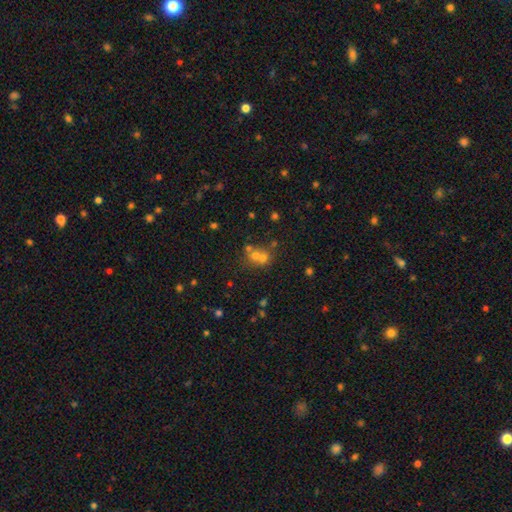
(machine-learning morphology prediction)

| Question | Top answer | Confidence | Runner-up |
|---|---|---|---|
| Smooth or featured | smooth | 57% | star or artifact (22%) |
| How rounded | round | 79% | in between (20%) |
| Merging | merger | 52% | none (38%) |